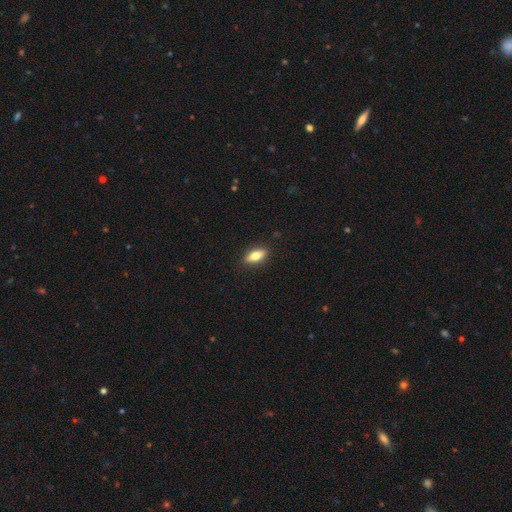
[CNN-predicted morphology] A smooth galaxy with no disk features (69%) that is in between round and cigar-shaped (75%).

Vote fractions:
- Smooth or featured? smooth: 69% / featured or disk: 24% / star or artifact: 7%
- How rounded? in between: 75% / cigar-shaped: 21% / round: 4%
- Merging? none: 88% / minor disturbance: 9% / major disturbance: 2% / merger: 1%